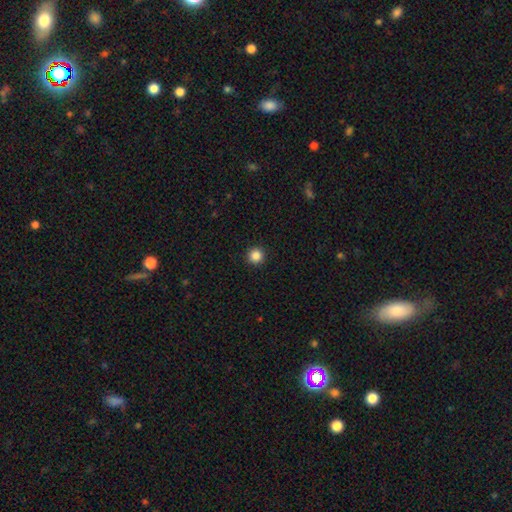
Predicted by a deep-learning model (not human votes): Smooth or featured? smooth (85%)
How rounded? round (96%)
Merging? none (93%)